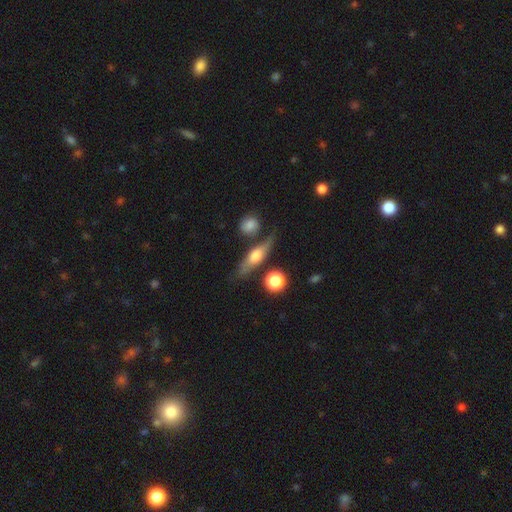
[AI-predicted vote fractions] A featured or disk galaxy (58%) viewed edge-on (88%) with a rounded central bulge (88%). Merging: none (74%).